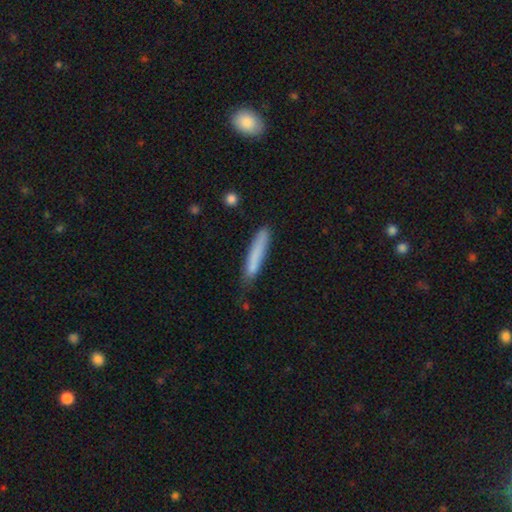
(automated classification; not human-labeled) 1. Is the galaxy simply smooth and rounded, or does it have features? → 77% smooth, 16% featured or disk, 6% star or artifact.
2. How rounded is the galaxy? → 94% cigar-shaped, 5% in between, 1% round.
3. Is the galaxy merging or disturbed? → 72% none, 21% minor disturbance, 4% major disturbance, 3% merger.